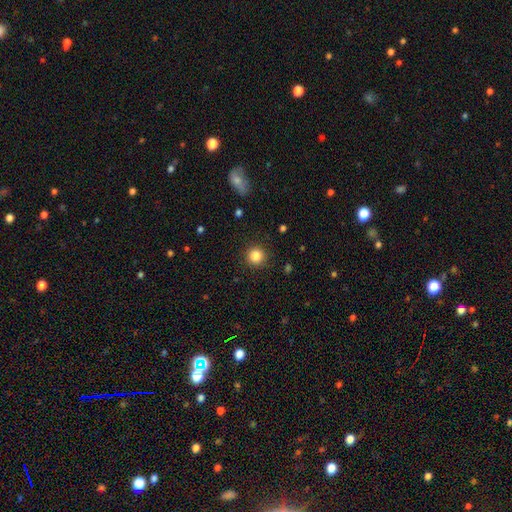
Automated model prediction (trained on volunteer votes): Overall: smooth (85%). How rounded: round (94%). Merging: none (90%).